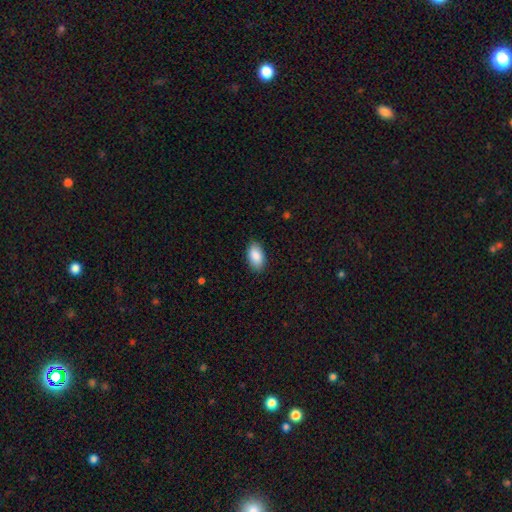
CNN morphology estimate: smooth-or-featured: smooth: 89% | star or artifact: 6% | featured or disk: 5%
  how-rounded: in between: 94% | round: 4% | cigar-shaped: 2%
  merging: none: 87% | minor disturbance: 10% | major disturbance: 2% | merger: 1%